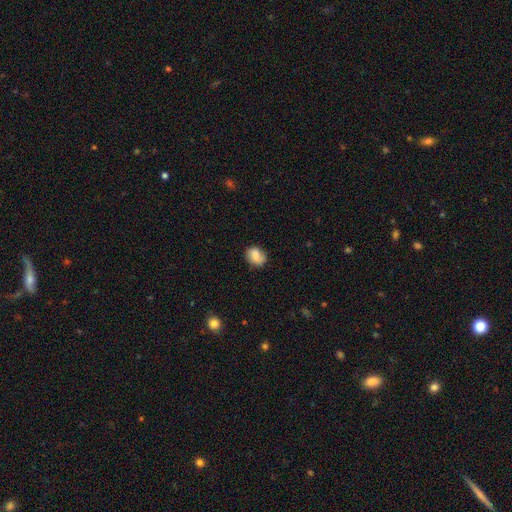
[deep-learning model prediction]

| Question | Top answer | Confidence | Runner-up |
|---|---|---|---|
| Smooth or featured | smooth | 78% | featured or disk (14%) |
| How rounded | in between | 54% | round (45%) |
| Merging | none | 75% | minor disturbance (19%) |